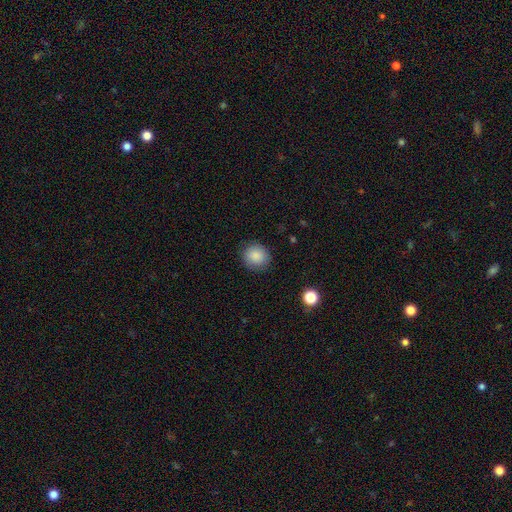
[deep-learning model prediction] A smooth galaxy with no disk features (87%) that is round (87%). Merging: none (88%).